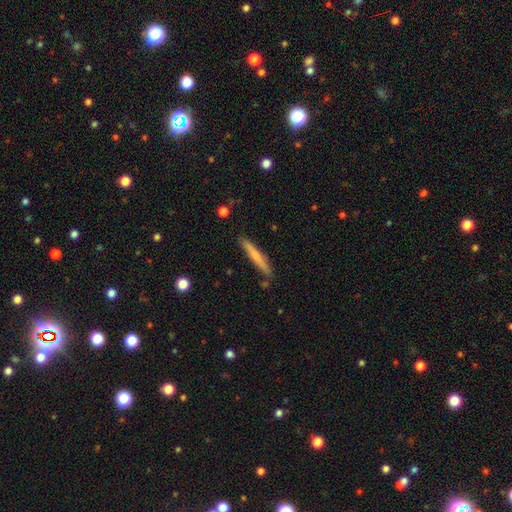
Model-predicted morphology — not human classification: Overall: smooth (63%; featured or disk 32%). How rounded: cigar-shaped (96%). Merging: none (87%).